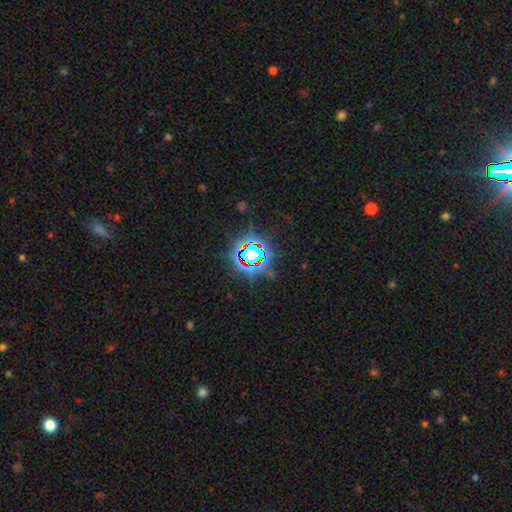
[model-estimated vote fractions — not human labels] Smooth or featured: star or artifact — 72% (smooth — 17%)